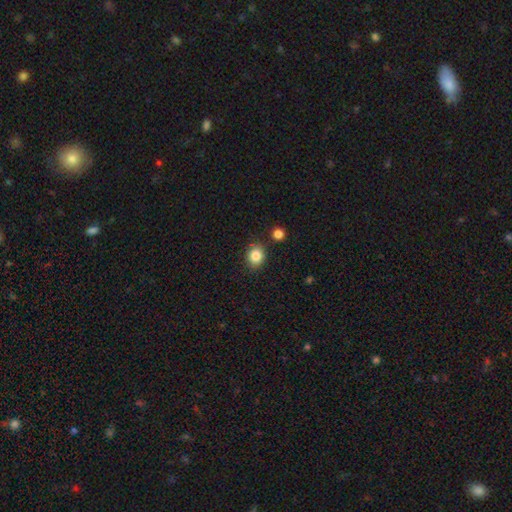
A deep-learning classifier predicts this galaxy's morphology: smooth 85%, star or artifact 10%, featured or disk 5%. Down the decision tree: how rounded — round (66%); merging — none (83%).